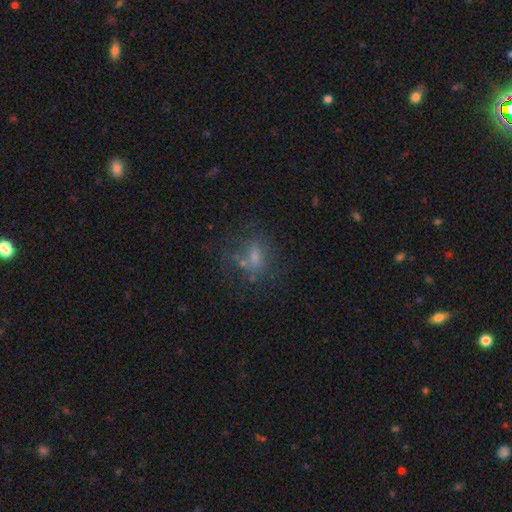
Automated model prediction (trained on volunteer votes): smooth 48%, featured or disk 31%, star or artifact 22%. Down the decision tree: merging — none (53%).